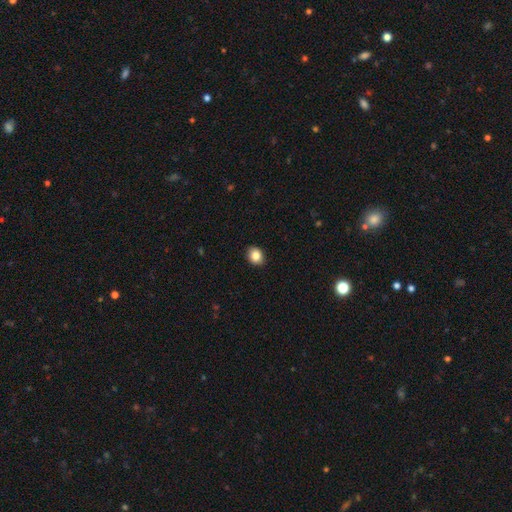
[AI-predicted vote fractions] The model was most divided on "how rounded": round: 58%, in between: 41%, cigar-shaped: 1%. More confident: merging — none (90%); smooth or featured — smooth (86%).